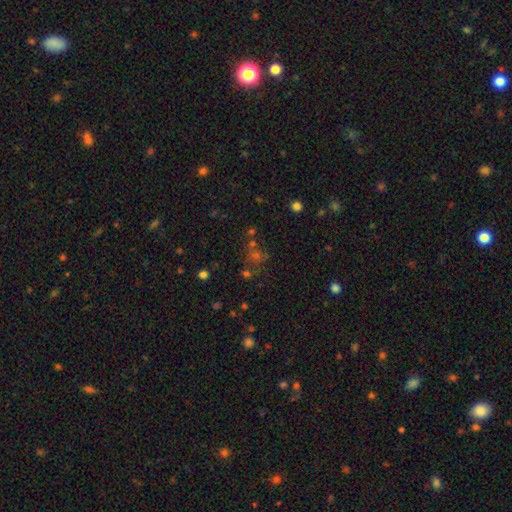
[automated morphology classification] The model was most divided on "smooth or featured": star or artifact: 51%, smooth: 37%, featured or disk: 12%.